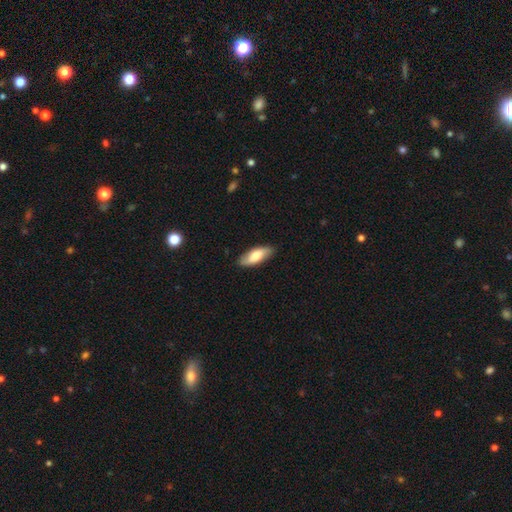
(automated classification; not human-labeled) Smooth or featured?
  - smooth: 71% *
  - featured or disk: 23%
  - star or artifact: 5%
How rounded?
  - in between: 74% *
  - cigar-shaped: 24%
  - round: 2%
Merging?
  - none: 85% *
  - minor disturbance: 12%
  - major disturbance: 2%
  - merger: 1%